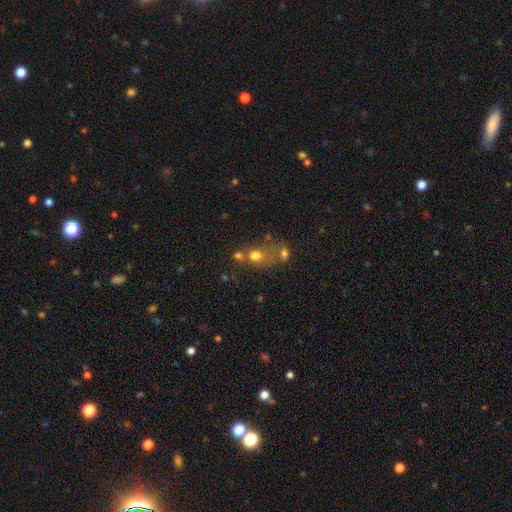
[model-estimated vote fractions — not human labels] Q: Smooth or featured?
A: smooth (68%); runner-up: star or artifact (16%)
Q: How rounded?
A: round (55%); runner-up: in between (43%)
Q: Merging?
A: merger (49%); runner-up: none (29%)